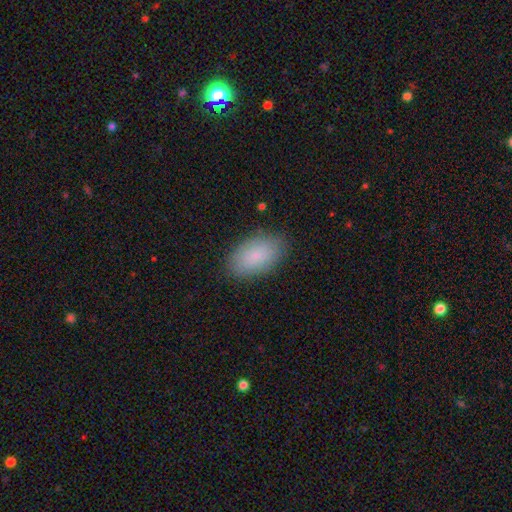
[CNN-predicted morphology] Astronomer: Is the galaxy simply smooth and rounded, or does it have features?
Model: smooth — 85%.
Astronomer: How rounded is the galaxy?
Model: in between — 94%.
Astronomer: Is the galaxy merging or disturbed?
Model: none — 86%.